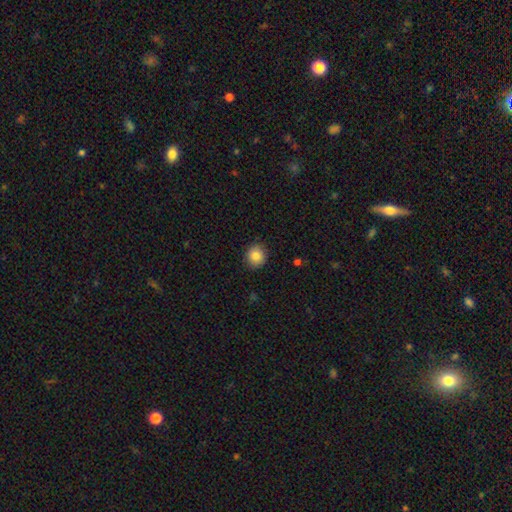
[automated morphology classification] A smooth galaxy with no disk features (84%) that is round (87%). Merging: none (89%).